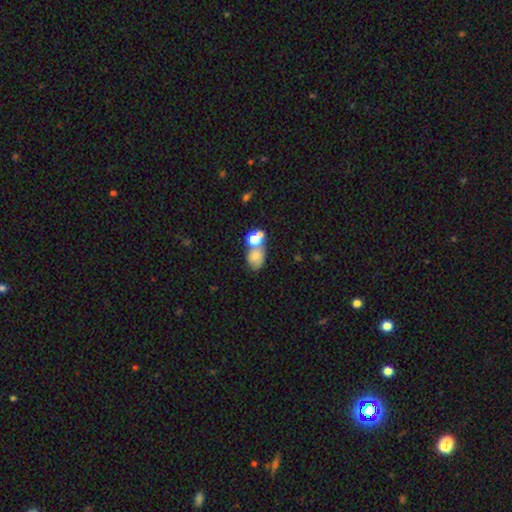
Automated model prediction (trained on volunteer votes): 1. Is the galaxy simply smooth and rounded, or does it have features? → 70% smooth, 16% featured or disk, 14% star or artifact.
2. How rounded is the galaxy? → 68% in between, 31% round, 2% cigar-shaped.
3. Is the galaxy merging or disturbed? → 39% merger (tied), 39% none (tied), 14% minor disturbance, 8% major disturbance.